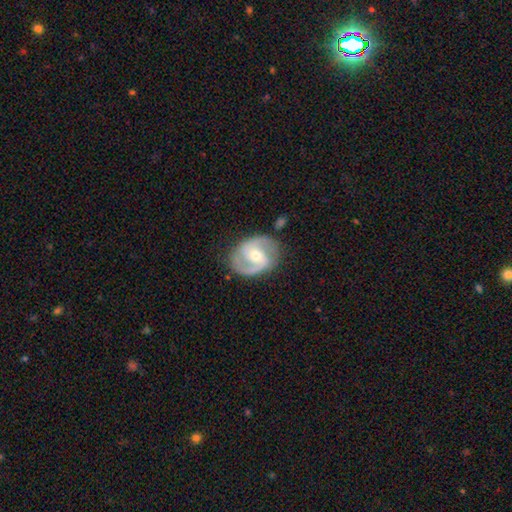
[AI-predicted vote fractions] Smooth or featured: featured or disk — 87% (smooth — 8%)
Edge-on disk: no — 98% (yes — 2%)
Bar: weak — 43% (no — 40%)
Spiral arms: yes — 96% (no — 4%)
Spiral winding: medium — 58% (tight — 24%)
Spiral arm count: 2 — 91% (can't tell — 3%)
Bulge size: moderate — 58% (small — 37%)
Merging: none — 80% (minor disturbance — 13%)